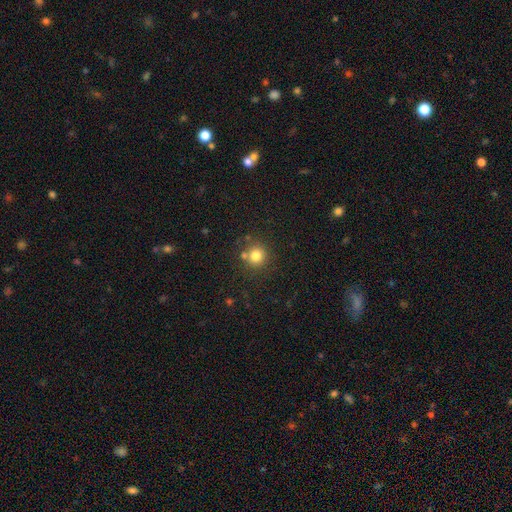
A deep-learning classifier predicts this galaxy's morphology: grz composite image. It shows a smooth galaxy with no disk features (79%) that is round (93%). Merging: none (76%).